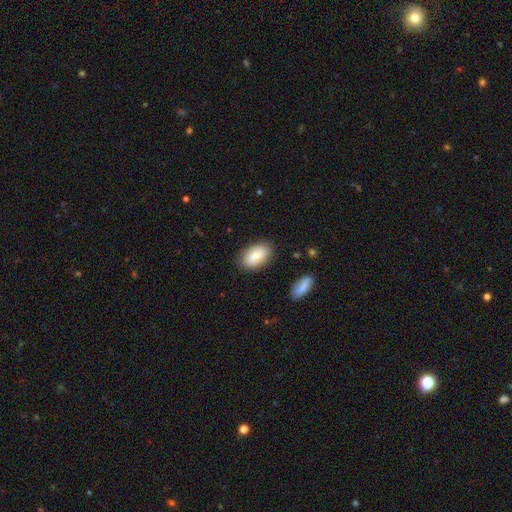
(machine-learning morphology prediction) Smooth or featured?
  - smooth: 79% *
  - featured or disk: 14%
  - star or artifact: 7%
How rounded?
  - in between: 92% *
  - round: 6%
  - cigar-shaped: 2%
Merging?
  - none: 83% *
  - minor disturbance: 13%
  - major disturbance: 3%
  - merger: 2%